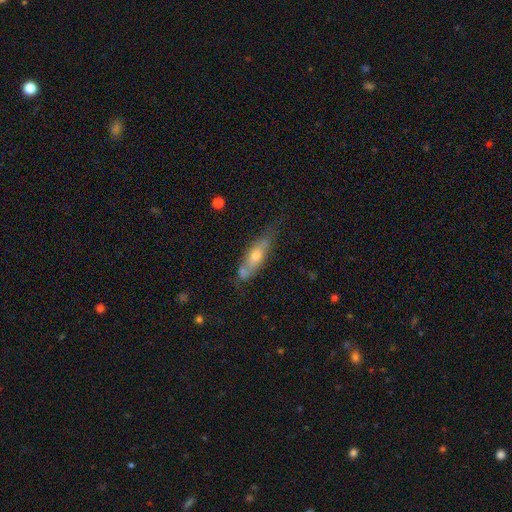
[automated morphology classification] Smooth or featured?
  - smooth: 52% *
  - featured or disk: 41%
  - star or artifact: 7%
How rounded?
  - in between: 49% *
  - cigar-shaped: 48%
  - round: 3%
Merging?
  - none: 54% *
  - minor disturbance: 25%
  - merger: 12%
  - major disturbance: 8%